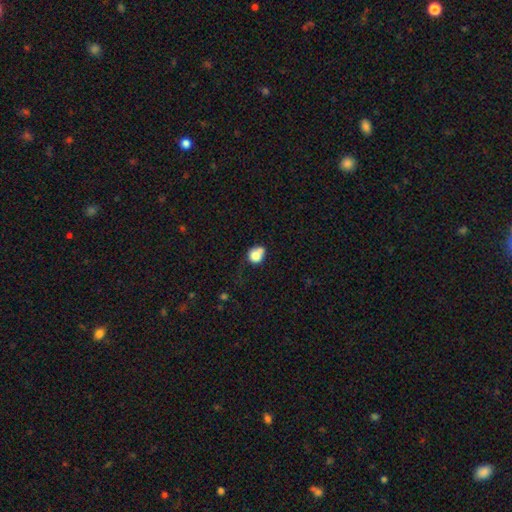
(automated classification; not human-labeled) Morphology: type=smooth (76%); roundness=round (62%); merging=none (33%).